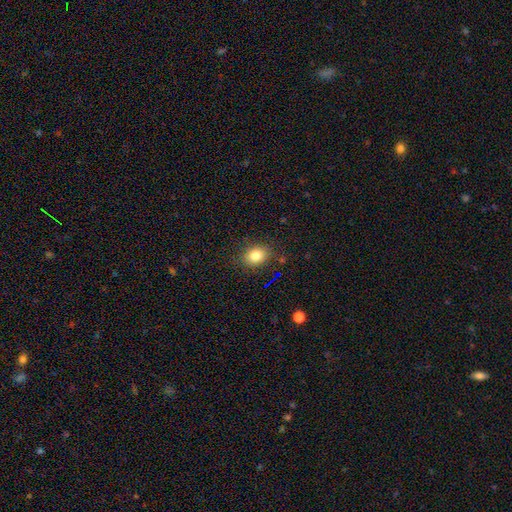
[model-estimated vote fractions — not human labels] Q: Smooth or featured?
A: smooth (82%); runner-up: star or artifact (11%)
Q: How rounded?
A: in between (56%); runner-up: round (43%)
Q: Merging?
A: none (84%); runner-up: minor disturbance (11%)